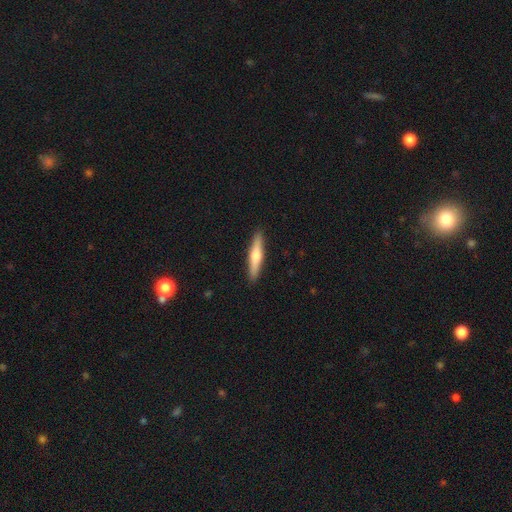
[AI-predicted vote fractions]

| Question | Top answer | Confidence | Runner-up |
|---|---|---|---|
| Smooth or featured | smooth | 48% | featured or disk (47%) |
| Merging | none | 92% | minor disturbance (6%) |